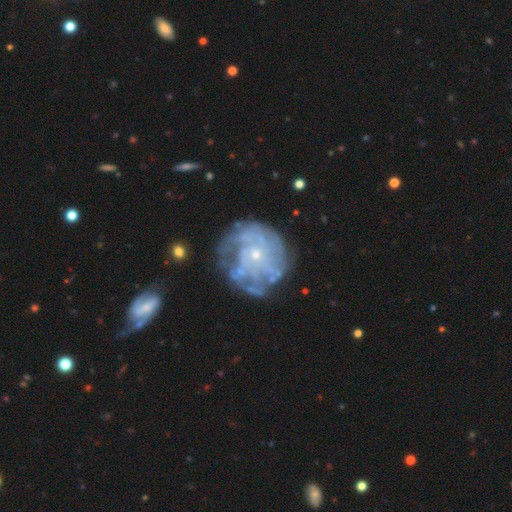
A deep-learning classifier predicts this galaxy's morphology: This is likely a featured or disk galaxy (77%). It is clearly not viewed edge-on (97%). Bar: clearly no (83%). Spiral arm pattern: likely yes (76%). Spiral arm count: possibly can't tell (51%). Spiral winding: likely tight (66%). Central bulge: likely small (80%). Merging: likely none (64%).